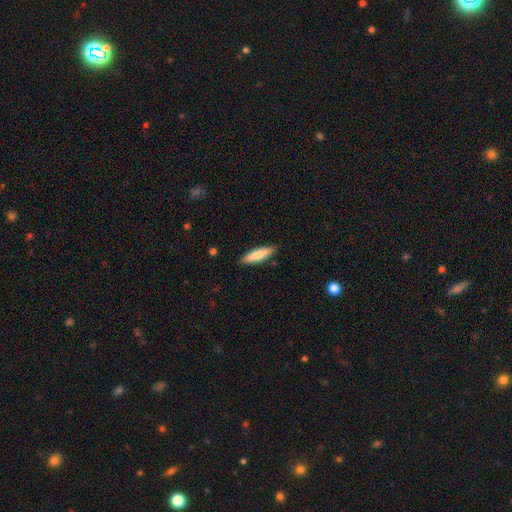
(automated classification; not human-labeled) smooth-or-featured: smooth: 79% | featured or disk: 15% | star or artifact: 5%
  how-rounded: cigar-shaped: 73% | in between: 25% | round: 1%
  merging: none: 88% | minor disturbance: 9% | major disturbance: 2% | merger: 1%